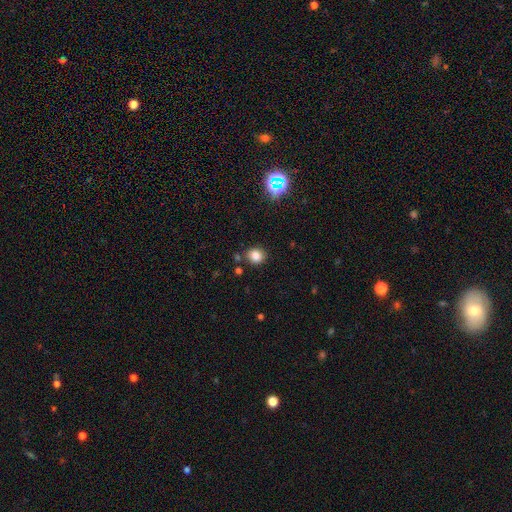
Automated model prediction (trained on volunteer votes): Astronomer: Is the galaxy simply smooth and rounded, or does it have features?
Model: smooth — 81%.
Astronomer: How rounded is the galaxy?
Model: round — 73%.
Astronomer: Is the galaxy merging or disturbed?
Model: none — 83%.